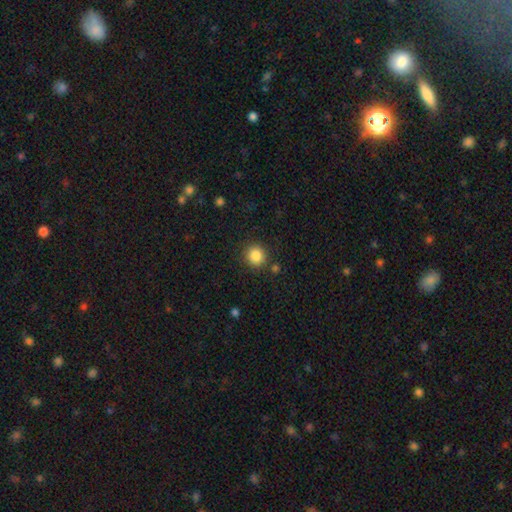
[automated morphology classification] This is clearly a smooth galaxy (85%). How rounded: clearly round (91%). Merging: clearly none (87%).